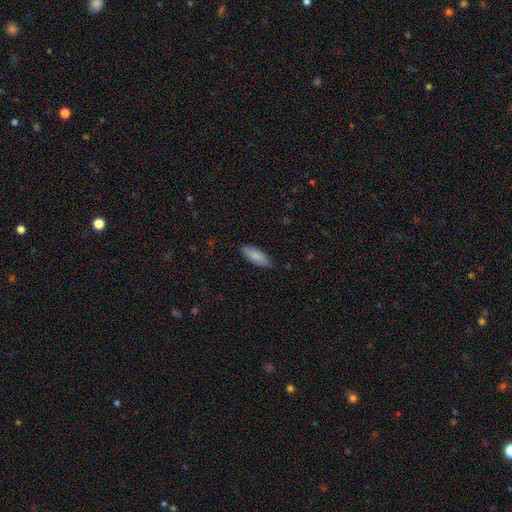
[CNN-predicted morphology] smooth 87%, featured or disk 8%, star or artifact 6%. Down the decision tree: how rounded — in between (68%); merging — none (85%).